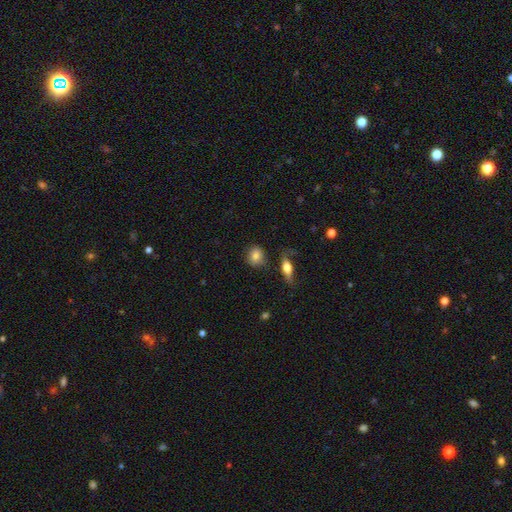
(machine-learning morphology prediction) smooth-or-featured: smooth: 81% | featured or disk: 10% | star or artifact: 8%
  how-rounded: round: 74% | in between: 24% | cigar-shaped: 3%
  merging: none: 81% | minor disturbance: 12% | merger: 3% | major disturbance: 3%